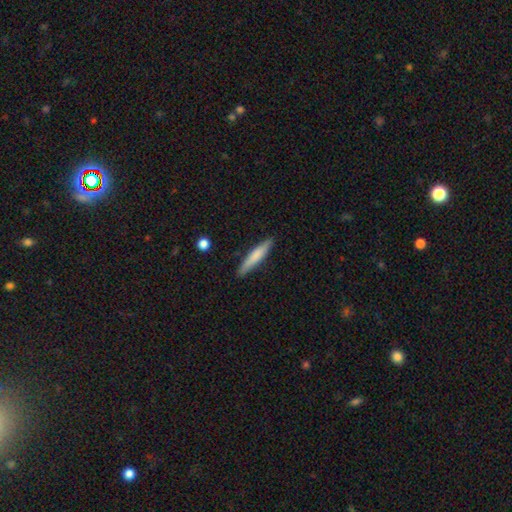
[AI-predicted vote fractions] Morphology: type=smooth (72%); roundness=cigar-shaped (90%); merging=none (88%).